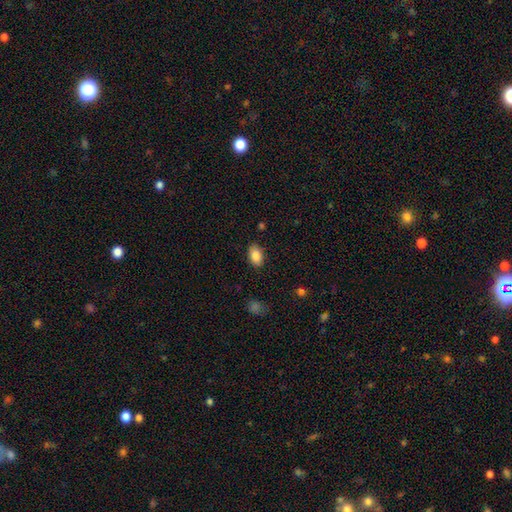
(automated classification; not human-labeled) Smooth or featured: smooth — 86% (star or artifact — 8%)
How rounded: in between — 89% (round — 10%)
Merging: none — 86% (minor disturbance — 10%)